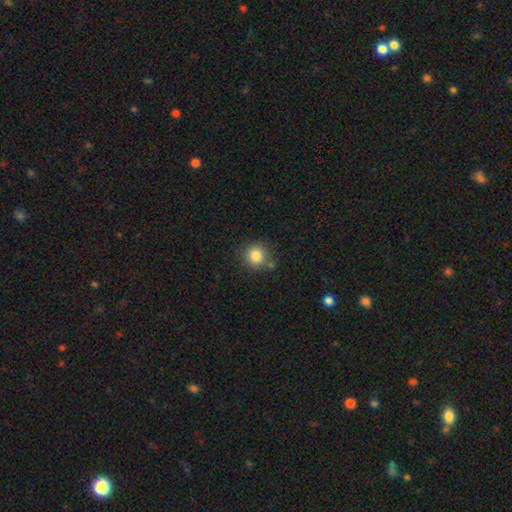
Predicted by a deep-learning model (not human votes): Morphology: type=smooth (84%); roundness=round (91%); merging=none (79%).